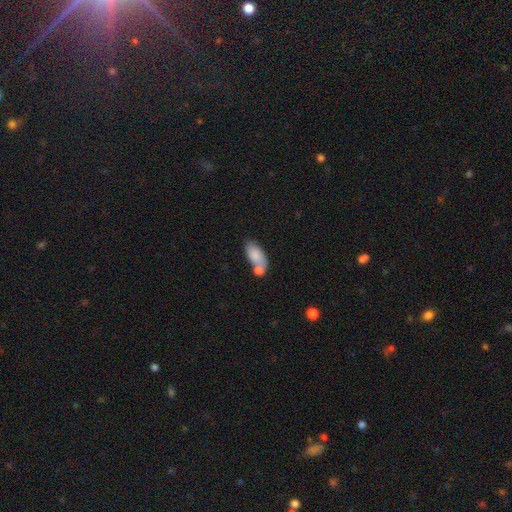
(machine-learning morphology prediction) The model was most divided on "merging": merger: 41%, none: 39%, minor disturbance: 15%, major disturbance: 6%. More confident: how rounded — in between (88%); smooth or featured — smooth (81%).